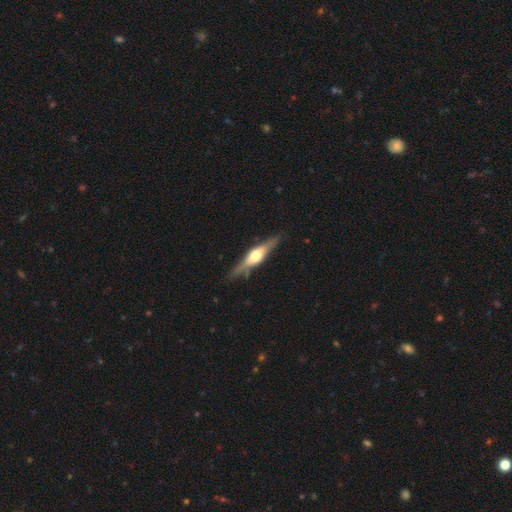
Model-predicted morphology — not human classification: The model was most divided on "smooth or featured": featured or disk: 75%, smooth: 20%, star or artifact: 5%. More confident: edge-on disk — yes (97%); edge-on bulge — rounded (91%); merging — none (85%).